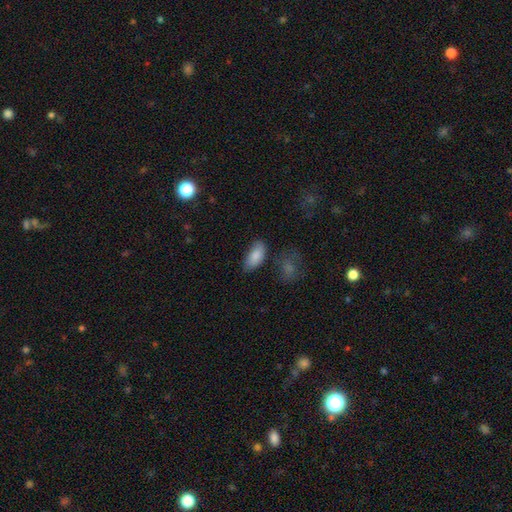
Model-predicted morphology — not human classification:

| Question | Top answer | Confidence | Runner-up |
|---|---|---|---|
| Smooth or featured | smooth | 85% | featured or disk (8%) |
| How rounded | in between | 92% | cigar-shaped (6%) |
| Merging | none | 69% | minor disturbance (22%) |